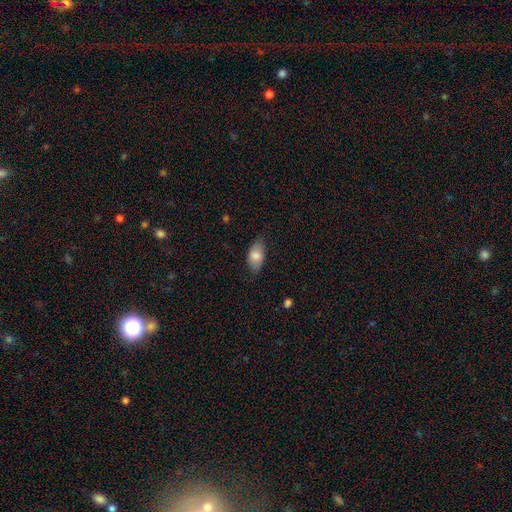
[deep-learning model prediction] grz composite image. It shows a smooth galaxy with no disk features (79%) that is in between round and cigar-shaped (91%). Merging: none (75%).